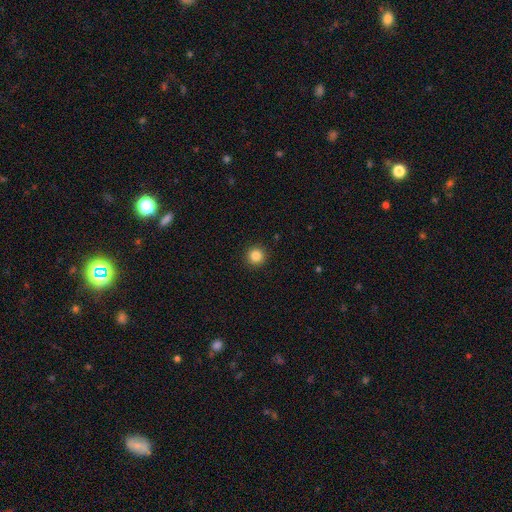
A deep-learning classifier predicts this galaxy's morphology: Smooth or featured?
  - smooth: 85% *
  - star or artifact: 11%
  - featured or disk: 4%
How rounded?
  - round: 96% *
  - in between: 4%
  - cigar-shaped: 1%
Merging?
  - none: 92% *
  - minor disturbance: 5%
  - major disturbance: 2%
  - merger: 1%